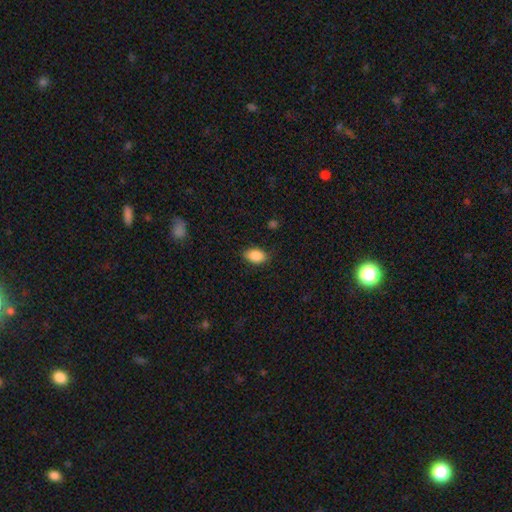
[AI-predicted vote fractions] A smooth galaxy with no disk features (87%) that is in between round and cigar-shaped (89%). Merging: none (84%).